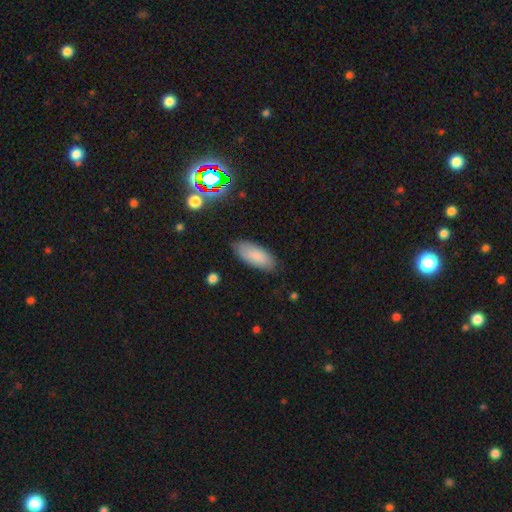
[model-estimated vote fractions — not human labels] Smooth or featured?
  - smooth: 85% *
  - featured or disk: 8%
  - star or artifact: 7%
How rounded?
  - in between: 85% *
  - cigar-shaped: 13%
  - round: 2%
Merging?
  - none: 81% *
  - minor disturbance: 14%
  - major disturbance: 3%
  - merger: 1%